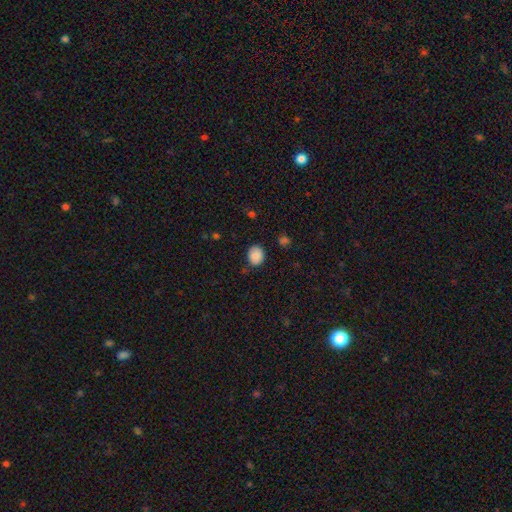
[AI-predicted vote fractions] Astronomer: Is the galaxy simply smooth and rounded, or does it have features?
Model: smooth — 87%.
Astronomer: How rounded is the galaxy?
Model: round — 54% (runner-up: in between, 45%).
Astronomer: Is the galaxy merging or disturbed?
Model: none — 75%.